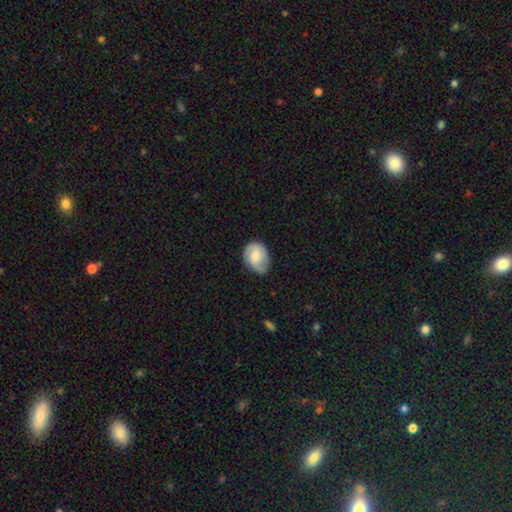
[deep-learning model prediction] Smooth or featured: featured or disk — 51% (smooth — 42%)
Edge-on disk: no — 97% (yes — 3%)
Merging: none — 70% (minor disturbance — 23%)